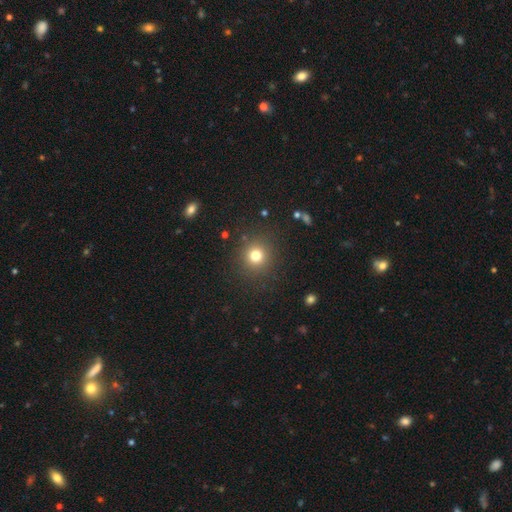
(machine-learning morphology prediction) This appears to be a smooth galaxy with no disk features (77%) that is round (93%). Merging: none (89%).